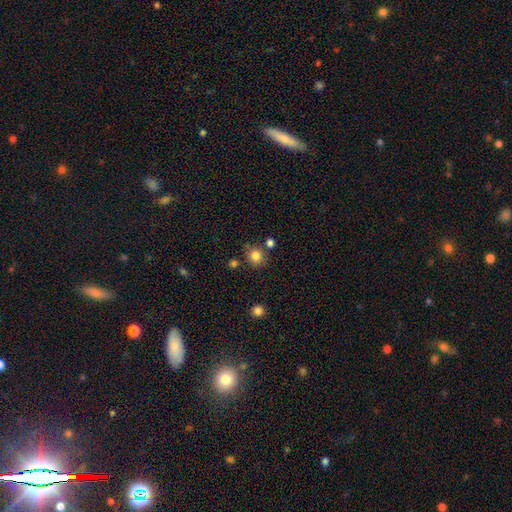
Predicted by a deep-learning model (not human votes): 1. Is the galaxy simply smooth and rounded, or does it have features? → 82% smooth, 12% star or artifact, 6% featured or disk.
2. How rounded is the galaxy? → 83% round, 16% in between, 1% cigar-shaped.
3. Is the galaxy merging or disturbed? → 74% none, 13% minor disturbance, 10% merger, 4% major disturbance.